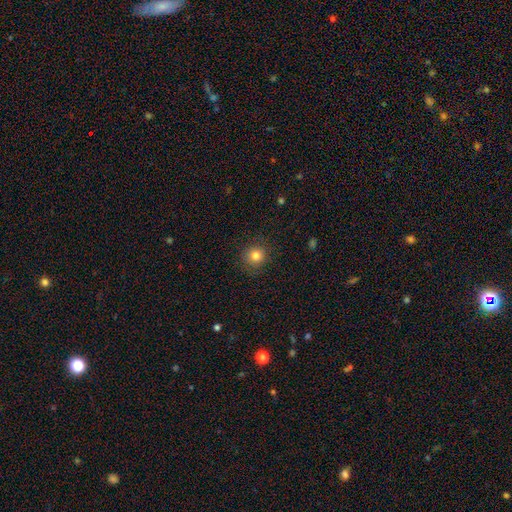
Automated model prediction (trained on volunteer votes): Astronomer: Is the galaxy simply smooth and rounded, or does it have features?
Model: smooth — 81%.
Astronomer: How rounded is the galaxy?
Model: round — 91%.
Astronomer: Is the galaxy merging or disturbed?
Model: none — 88%.